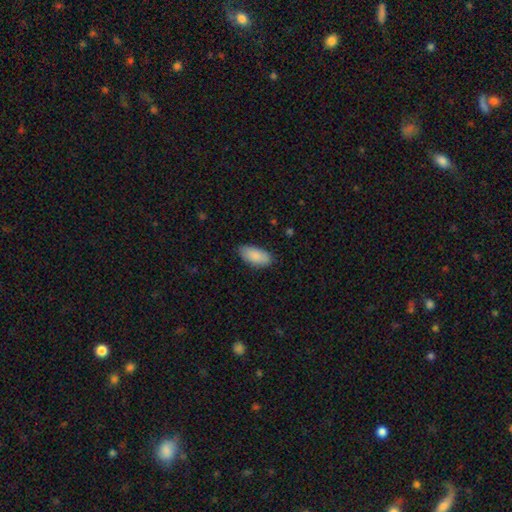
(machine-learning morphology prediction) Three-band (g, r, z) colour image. It shows a smooth galaxy with no disk features (88%) that is in between round and cigar-shaped (92%). Merging: none (83%).